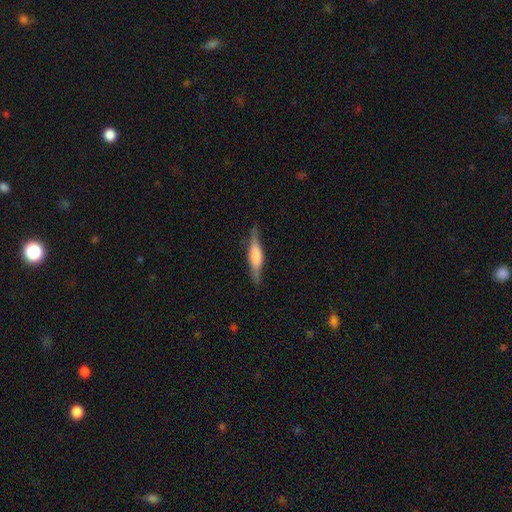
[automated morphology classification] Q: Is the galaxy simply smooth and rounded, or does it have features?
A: featured or disk — 50%.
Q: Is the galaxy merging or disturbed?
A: none — 83%.